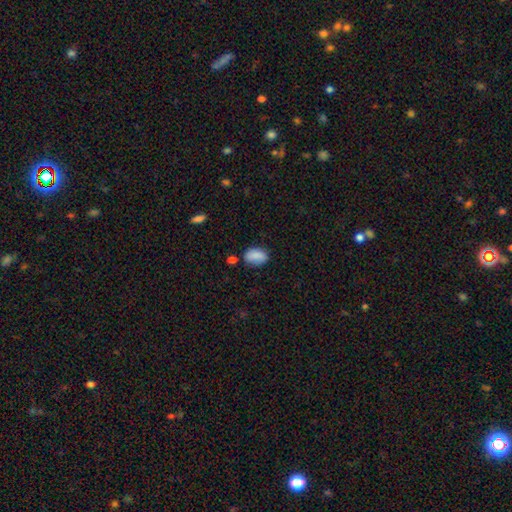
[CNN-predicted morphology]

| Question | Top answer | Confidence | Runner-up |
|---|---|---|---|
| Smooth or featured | smooth | 85% | star or artifact (8%) |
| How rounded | in between | 86% | round (13%) |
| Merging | none | 67% | minor disturbance (22%) |